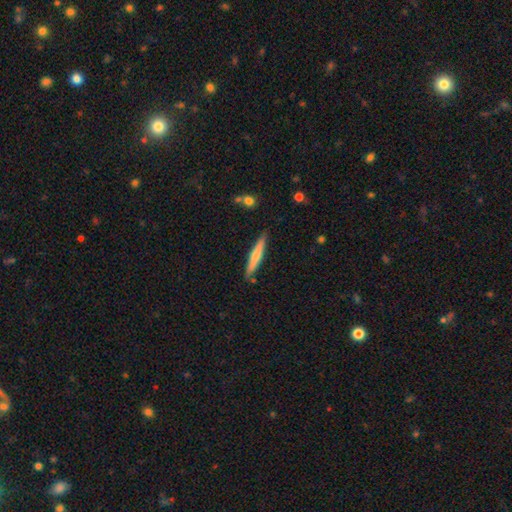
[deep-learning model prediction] smooth_or_featured: smooth (p=0.55) [alt: featured or disk p=0.40]
how_rounded: cigar-shaped (p=0.94) [alt: in between p=0.05]
merging: none (p=0.86) [alt: minor disturbance p=0.10]